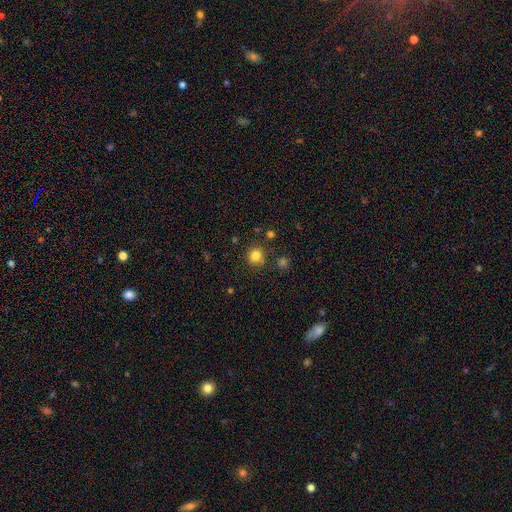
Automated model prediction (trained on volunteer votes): smooth 81%, star or artifact 13%, featured or disk 6%. Down the decision tree: how rounded — round (90%); merging — none (84%).